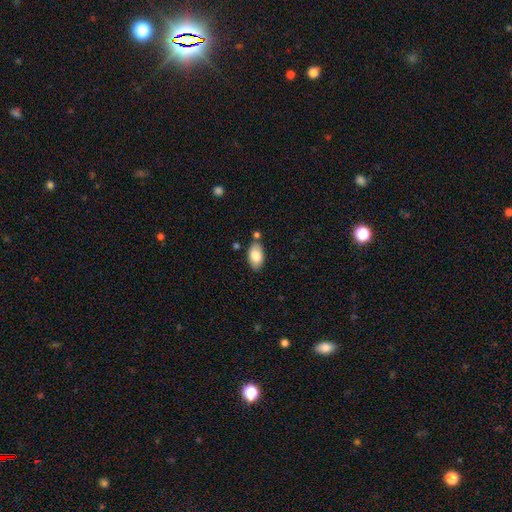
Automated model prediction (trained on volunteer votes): smooth-or-featured: smooth: 82% | featured or disk: 12% | star or artifact: 7%
  how-rounded: in between: 94% | round: 4% | cigar-shaped: 2%
  merging: none: 77% | minor disturbance: 14% | merger: 6% | major disturbance: 3%